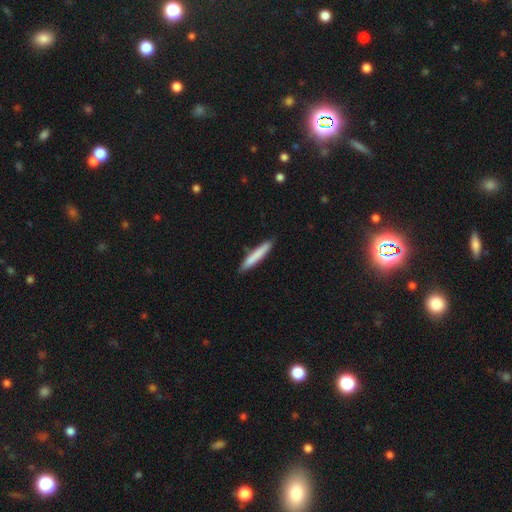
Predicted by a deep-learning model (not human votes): smooth-or-featured: smooth: 79% | featured or disk: 15% | star or artifact: 6%
  how-rounded: cigar-shaped: 93% | in between: 6% | round: 1%
  merging: none: 86% | minor disturbance: 11% | merger: 2% | major disturbance: 2%